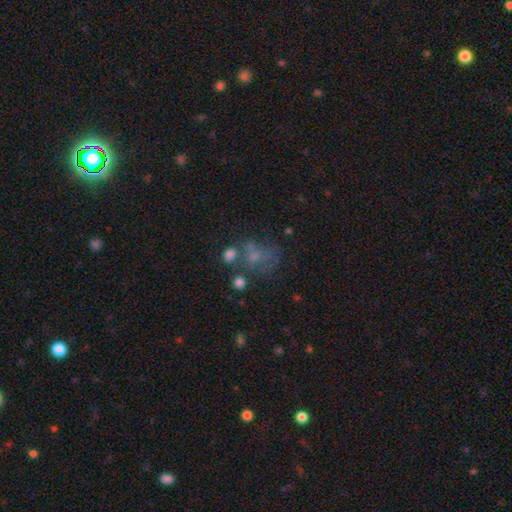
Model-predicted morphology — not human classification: A smooth galaxy with no disk features (54%) that is round (52%). Merging: none (35%).